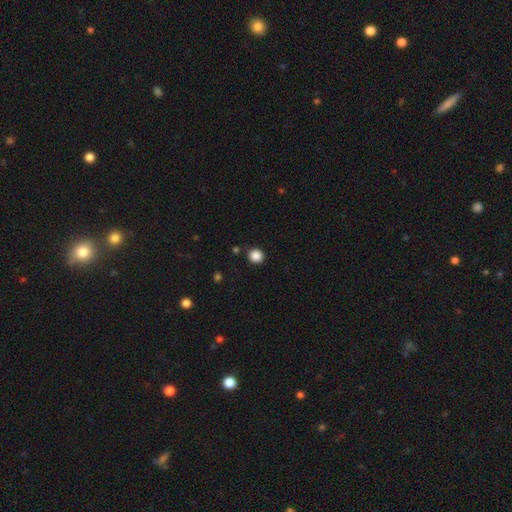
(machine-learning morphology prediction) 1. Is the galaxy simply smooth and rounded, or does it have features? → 87% smooth, 10% star or artifact, 3% featured or disk.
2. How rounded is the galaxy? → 90% round, 9% in between, 1% cigar-shaped.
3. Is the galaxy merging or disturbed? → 90% none, 6% minor disturbance, 2% merger, 2% major disturbance.